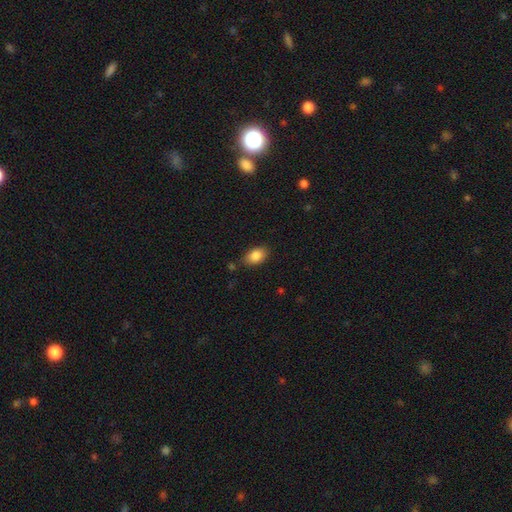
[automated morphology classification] A smooth galaxy with no disk features (86%) that is in between round and cigar-shaped (87%).

Vote fractions:
- Smooth or featured? smooth: 86% / star or artifact: 8% / featured or disk: 6%
- How rounded? in between: 87% / round: 12% / cigar-shaped: 2%
- Merging? none: 81% / minor disturbance: 14% / major disturbance: 3% / merger: 3%